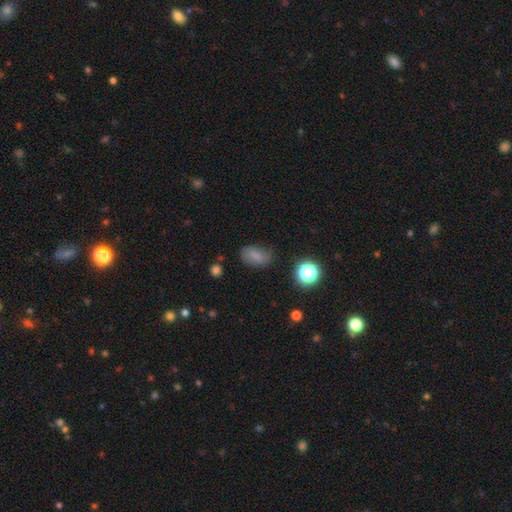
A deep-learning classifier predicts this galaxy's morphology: type=smooth (73%); roundness=in between (86%); merging=none (67%).